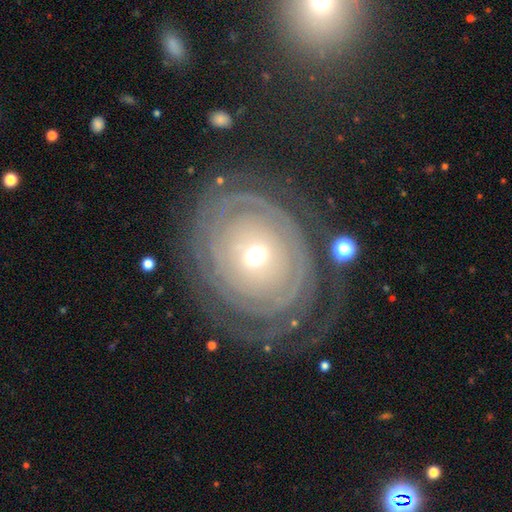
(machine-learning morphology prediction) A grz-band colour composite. It shows a featured or disk galaxy (82%) with no bar (76%), tight (83%) spiral arms (85%) and a moderate central bulge (49%). Merging: none (70%).